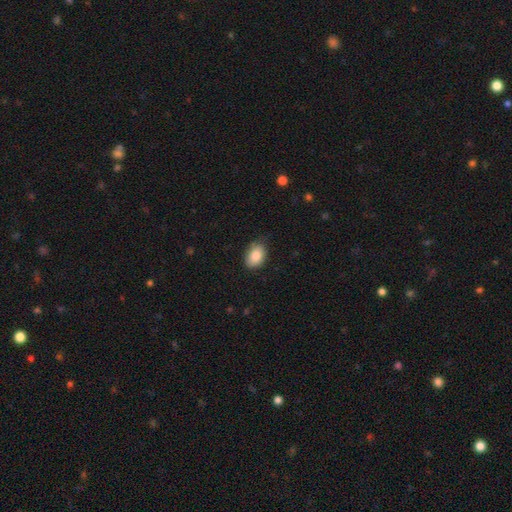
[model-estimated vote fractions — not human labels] Morphology: type=smooth (85%); roundness=in between (82%); merging=none (72%).